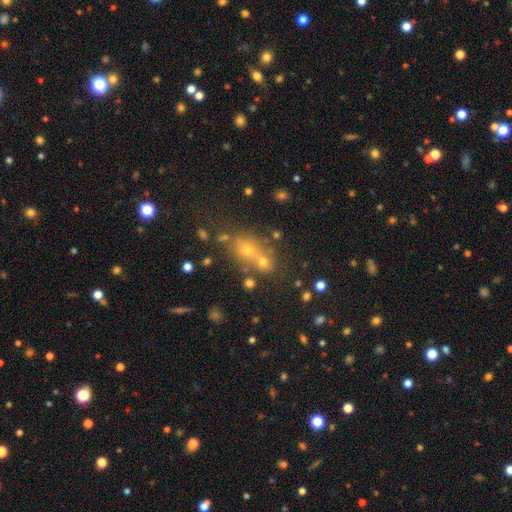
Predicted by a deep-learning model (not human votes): The model was most divided on "smooth or featured": smooth: 49%, star or artifact: 33%, featured or disk: 18%. More confident: merging — none (52%).